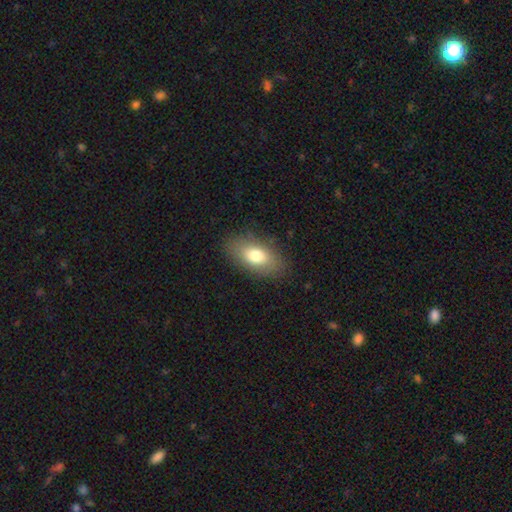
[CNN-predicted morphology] This is likely a smooth galaxy (75%). How rounded: clearly in between (89%). Merging: clearly none (84%).